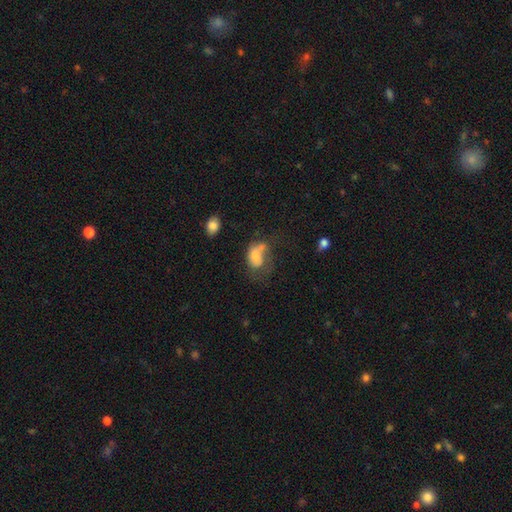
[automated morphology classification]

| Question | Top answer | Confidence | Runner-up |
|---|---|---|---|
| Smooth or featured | smooth | 61% | featured or disk (29%) |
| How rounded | in between | 79% | round (20%) |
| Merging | major disturbance | 35% | none (24%) |